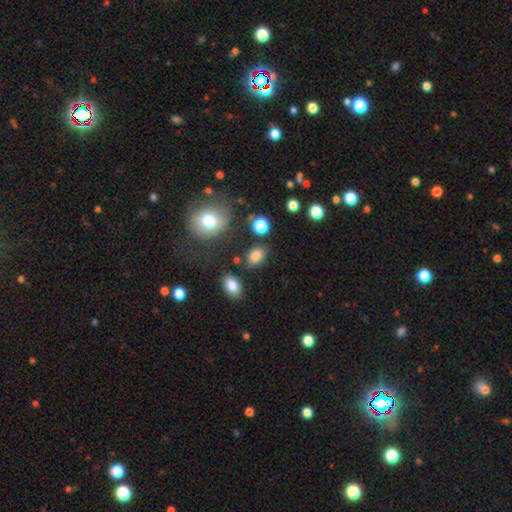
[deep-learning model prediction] Overall: smooth (82%). How rounded: in between (78%). Merging: none (80%).